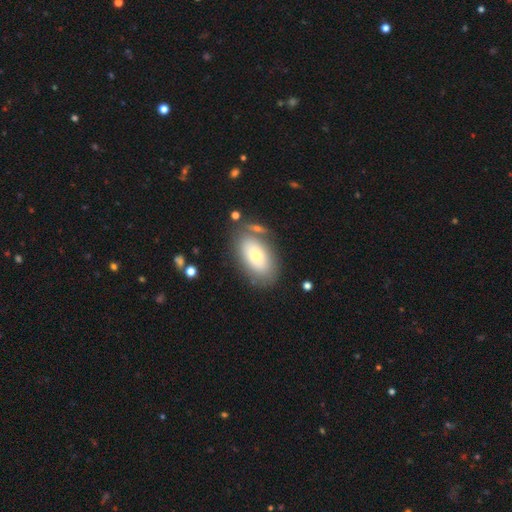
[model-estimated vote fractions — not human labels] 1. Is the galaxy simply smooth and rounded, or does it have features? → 68% smooth, 24% featured or disk, 8% star or artifact.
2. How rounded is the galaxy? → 91% in between, 6% round, 2% cigar-shaped.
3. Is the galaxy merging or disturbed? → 73% none, 14% minor disturbance, 8% merger, 5% major disturbance.